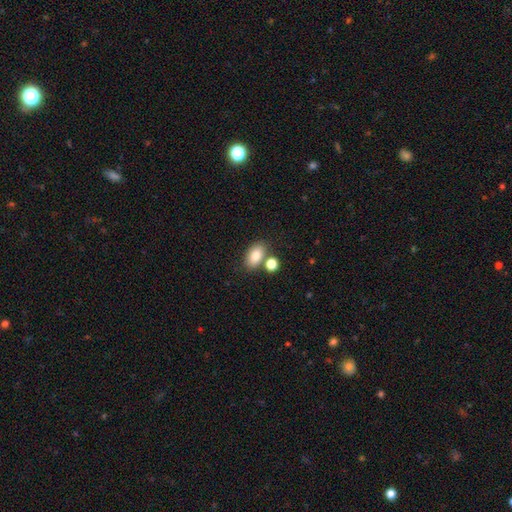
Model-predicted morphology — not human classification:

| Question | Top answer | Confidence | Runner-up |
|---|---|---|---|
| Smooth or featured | smooth | 81% | featured or disk (10%) |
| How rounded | in between | 86% | round (12%) |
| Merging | none | 65% | merger (20%) |